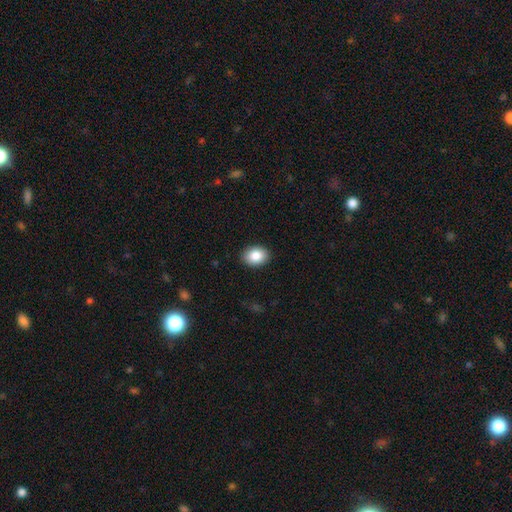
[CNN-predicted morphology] A smooth galaxy with no disk features (86%) that is in between round and cigar-shaped (69%). Merging: none (90%).